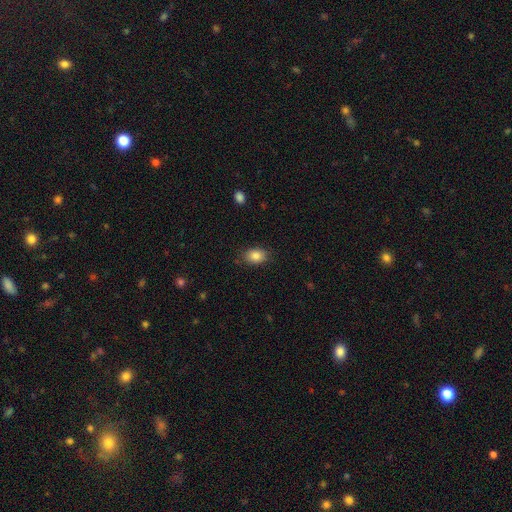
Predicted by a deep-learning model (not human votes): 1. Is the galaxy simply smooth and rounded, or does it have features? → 86% smooth, 9% star or artifact, 6% featured or disk.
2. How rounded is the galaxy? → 81% in between, 18% round, 1% cigar-shaped.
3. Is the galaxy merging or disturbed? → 84% none, 12% minor disturbance, 3% major disturbance, 1% merger.